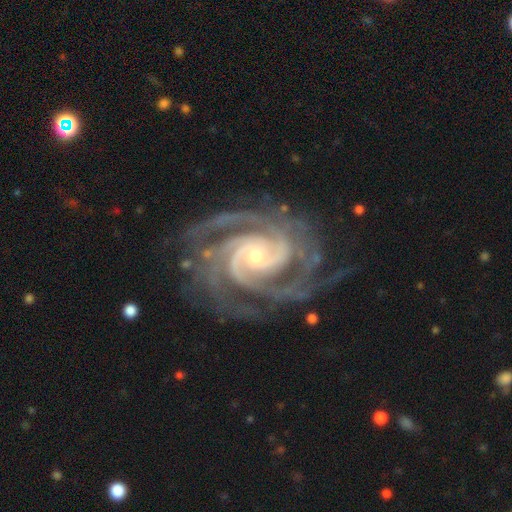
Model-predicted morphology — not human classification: smooth_or_featured: featured or disk (p=0.94) [alt: star or artifact p=0.04]
disk_edge_on: no (p=0.98) [alt: yes p=0.02]
bar: no (p=0.59) [alt: weak p=0.27]
has_spiral_arms: yes (p=0.99) [alt: no p=0.01]
spiral_winding: tight (p=0.66) [alt: medium p=0.31]
spiral_arm_count: 3 (p=0.32) [alt: 2 p=0.26]
bulge_size: small (p=0.67) [alt: moderate p=0.29]
merging: none (p=0.74) [alt: minor disturbance p=0.17]